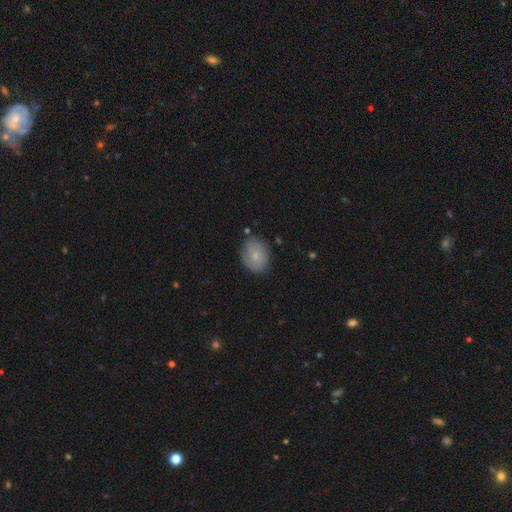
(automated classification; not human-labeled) This is likely a smooth galaxy (74%). How rounded: likely in between (65%). Merging: likely none (77%).